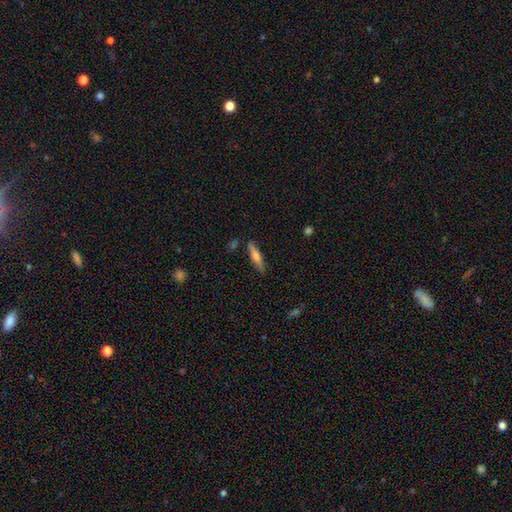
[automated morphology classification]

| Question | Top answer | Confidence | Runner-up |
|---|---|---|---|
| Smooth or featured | smooth | 56% | featured or disk (37%) |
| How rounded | cigar-shaped | 81% | in between (17%) |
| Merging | none | 84% | minor disturbance (11%) |